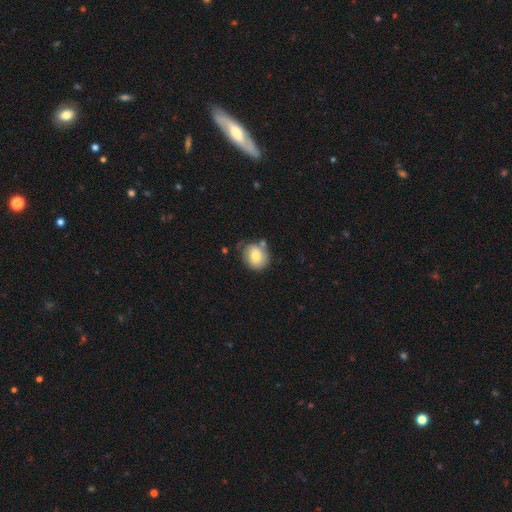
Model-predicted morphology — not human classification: The model was most divided on "how rounded": round: 66%, in between: 33%, cigar-shaped: 1%. More confident: smooth or featured — smooth (76%); merging — none (61%).